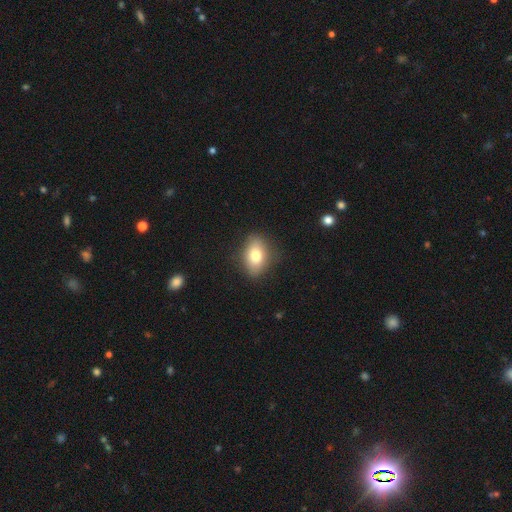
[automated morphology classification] smooth-or-featured: smooth: 77% | featured or disk: 14% | star or artifact: 8%
  how-rounded: in between: 81% | round: 17% | cigar-shaped: 2%
  merging: none: 83% | minor disturbance: 13% | major disturbance: 3% | merger: 1%